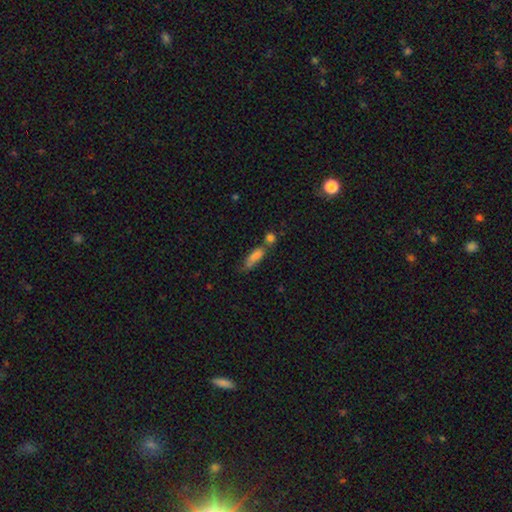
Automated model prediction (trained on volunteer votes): Overall: smooth (69%). How rounded: cigar-shaped (47%, tied with in between). Merging: none (39%; merger 33%).